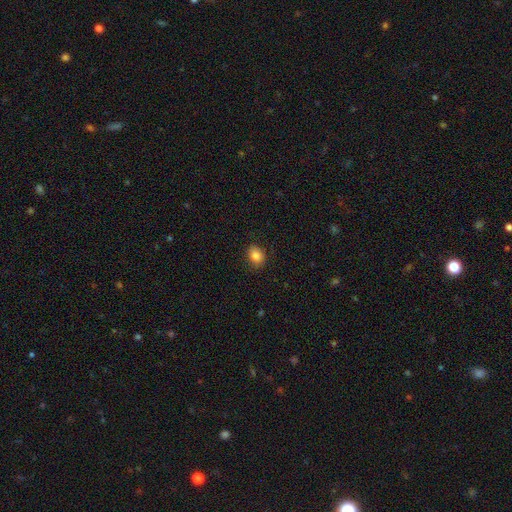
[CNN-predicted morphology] Smooth or featured?
  - smooth: 85% *
  - star or artifact: 10%
  - featured or disk: 5%
How rounded?
  - in between: 56% *
  - round: 43%
  - cigar-shaped: 1%
Merging?
  - none: 86% *
  - minor disturbance: 11%
  - major disturbance: 3%
  - merger: 1%